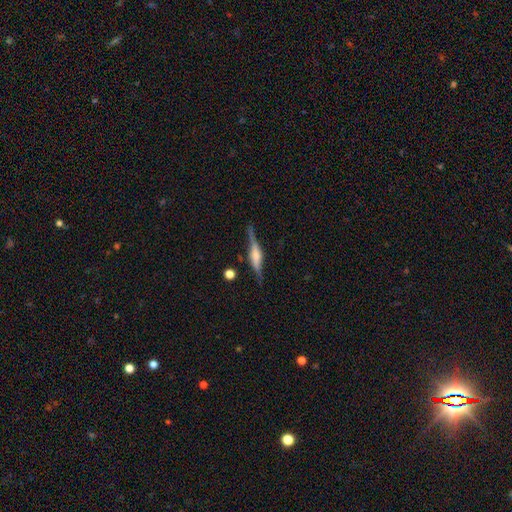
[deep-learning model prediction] Smooth or featured? Predicted: featured or disk (p=0.77). Edge-on disk? Predicted: yes (p=0.96). Edge-on bulge? Predicted: rounded (p=0.67). Merging? Predicted: none (p=0.81).